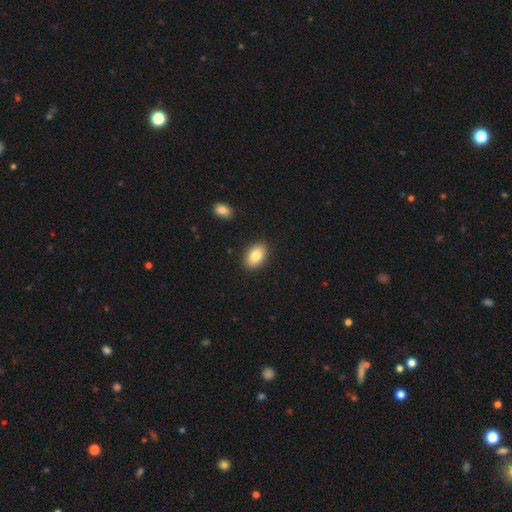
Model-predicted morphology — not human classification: Smooth or featured? Predicted: smooth (p=0.83). How rounded? Predicted: in between (p=0.87). Merging? Predicted: none (p=0.88).